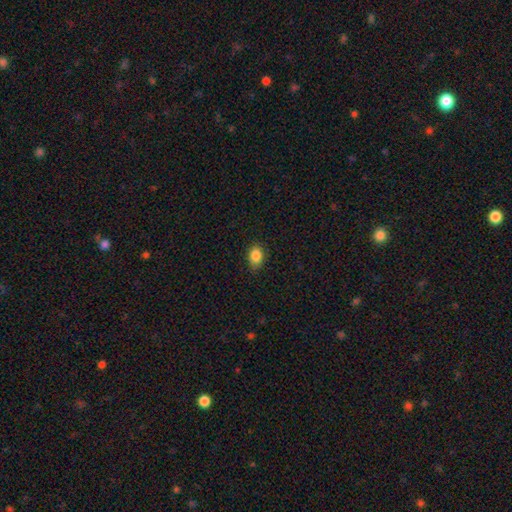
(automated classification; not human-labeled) Smooth or featured: smooth — 87% (star or artifact — 9%)
How rounded: in between — 78% (round — 20%)
Merging: none — 84% (minor disturbance — 13%)